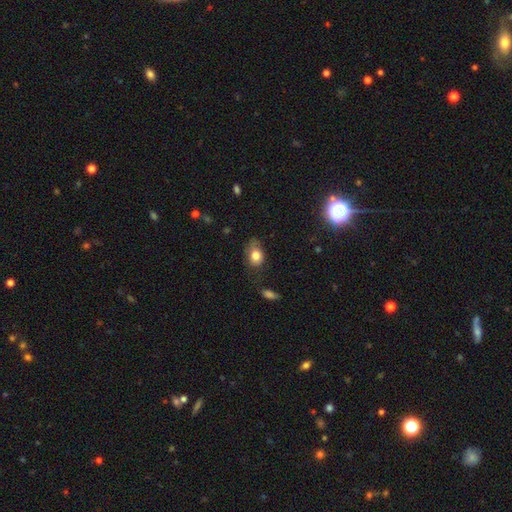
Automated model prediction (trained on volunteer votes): A smooth galaxy with no disk features (78%) that is in between round and cigar-shaped (69%).

Vote fractions:
- Smooth or featured? smooth: 78% / featured or disk: 13% / star or artifact: 9%
- How rounded? in between: 69% / round: 29% / cigar-shaped: 1%
- Merging? none: 50% / minor disturbance: 33% / major disturbance: 14% / merger: 3%